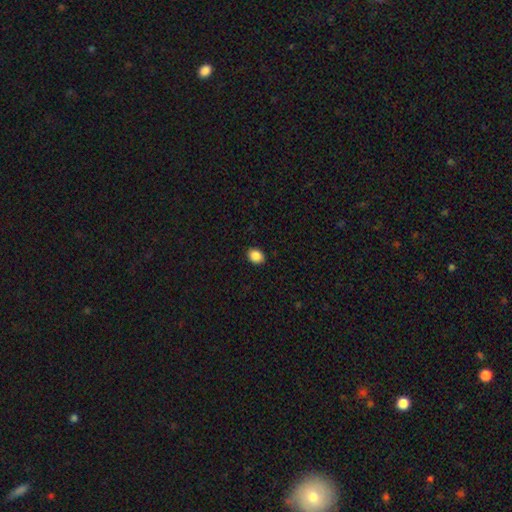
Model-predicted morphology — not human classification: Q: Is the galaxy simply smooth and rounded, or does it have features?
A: smooth — 88%.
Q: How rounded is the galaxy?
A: in between — 54%.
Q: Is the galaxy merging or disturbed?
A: none — 91%.